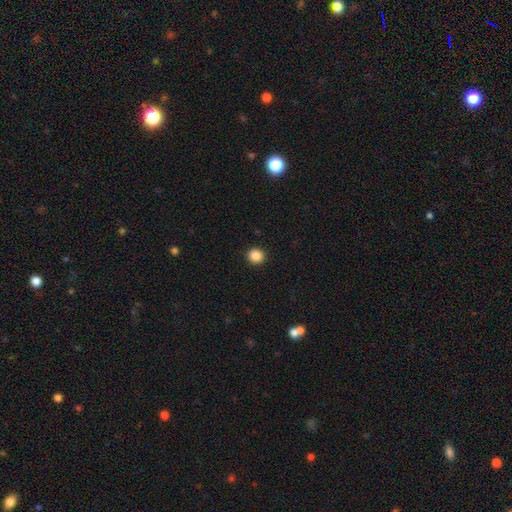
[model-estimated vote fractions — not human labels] The model was most divided on "smooth or featured": smooth: 87%, star or artifact: 10%, featured or disk: 3%. More confident: merging — none (93%); how rounded — round (91%).